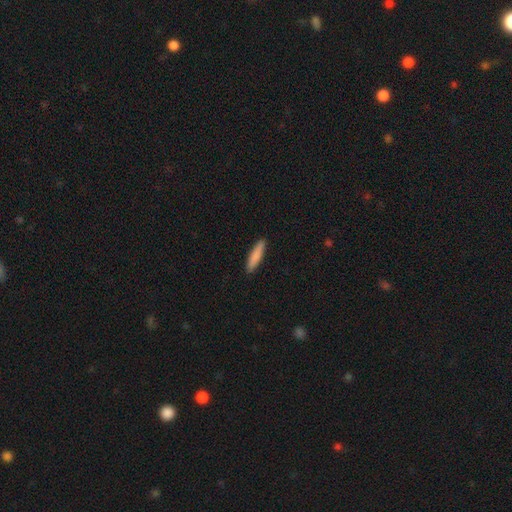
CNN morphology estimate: Smooth or featured? smooth (85%)
How rounded? cigar-shaped (84%)
Merging? none (91%)